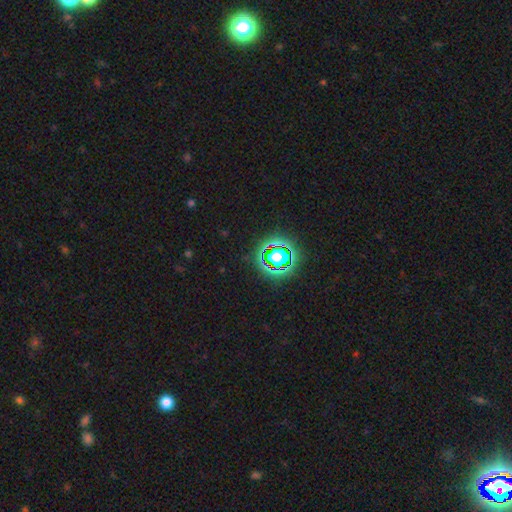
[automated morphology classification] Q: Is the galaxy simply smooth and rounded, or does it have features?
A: star or artifact — 78%.